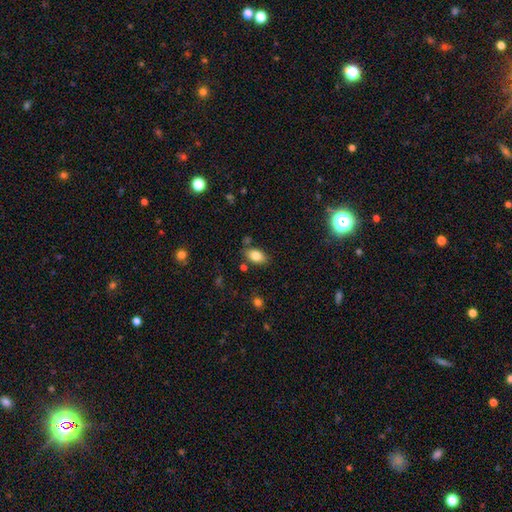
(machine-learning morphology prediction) A smooth galaxy with no disk features (81%) that is in between round and cigar-shaped (91%). Merging: none (78%).